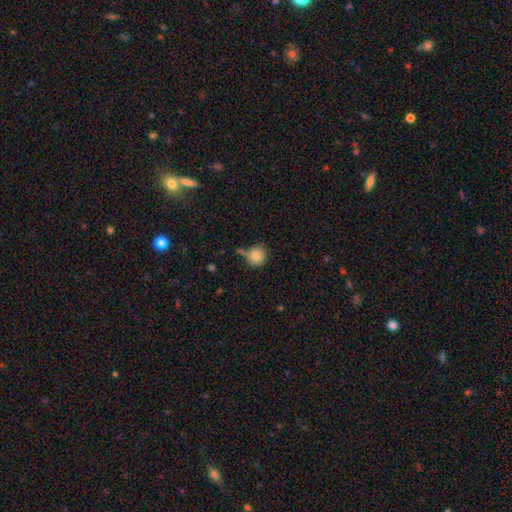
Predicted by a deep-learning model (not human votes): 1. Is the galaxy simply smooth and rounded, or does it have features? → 84% smooth, 10% star or artifact, 7% featured or disk.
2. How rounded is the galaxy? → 90% round, 9% in between, 1% cigar-shaped.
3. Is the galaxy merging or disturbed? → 69% none, 16% minor disturbance, 11% merger, 4% major disturbance.